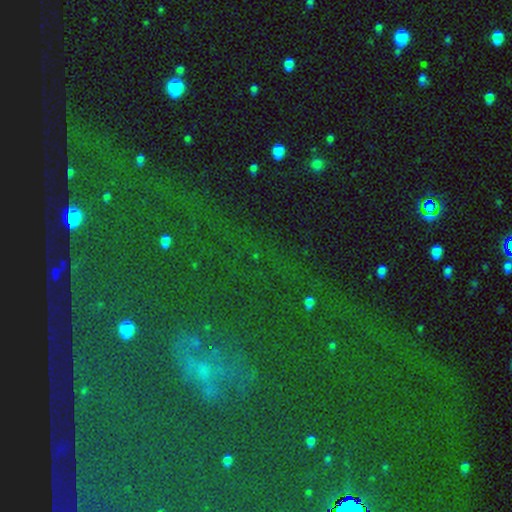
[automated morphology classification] Smooth or featured? Predicted: star or artifact (p=0.72).